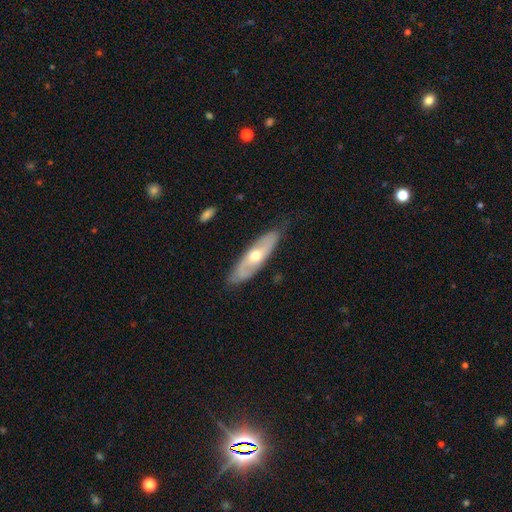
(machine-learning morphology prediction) Smooth or featured?
  - featured or disk: 58% *
  - smooth: 37%
  - star or artifact: 5%
Edge-on disk?
  - no: 68% *
  - yes: 32%
Merging?
  - none: 77% *
  - minor disturbance: 18%
  - major disturbance: 4%
  - merger: 1%